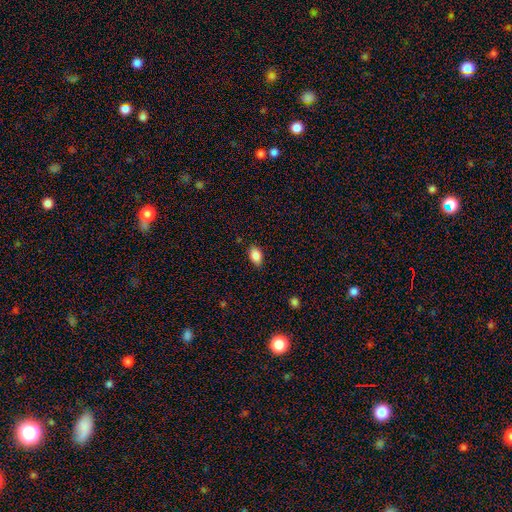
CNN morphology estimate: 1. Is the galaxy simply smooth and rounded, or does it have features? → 88% smooth, 8% star or artifact, 5% featured or disk.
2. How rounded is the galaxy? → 91% in between, 7% round, 2% cigar-shaped.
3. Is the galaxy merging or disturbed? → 84% none, 13% minor disturbance, 2% major disturbance, 1% merger.